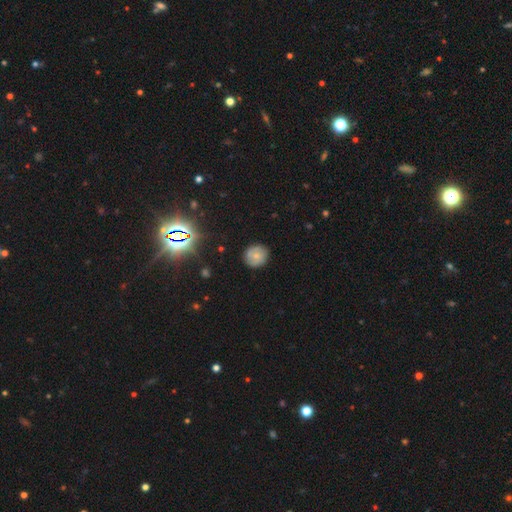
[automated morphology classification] smooth 59%, featured or disk 28%, star or artifact 12%. Down the decision tree: how rounded — round (88%); merging — none (82%).